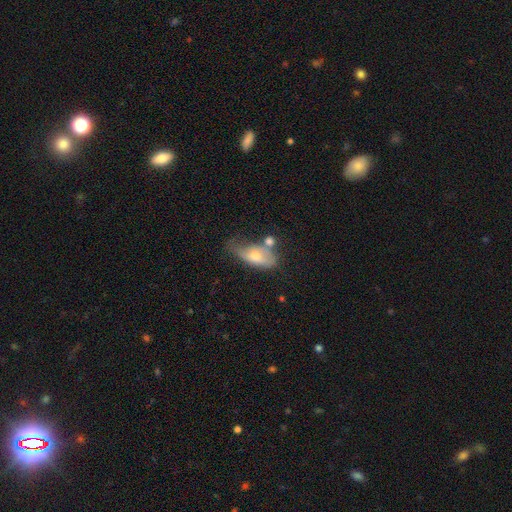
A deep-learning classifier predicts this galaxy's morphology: Q: Smooth or featured?
A: smooth (55%); runner-up: featured or disk (37%)
Q: How rounded?
A: in between (85%); runner-up: cigar-shaped (10%)
Q: Merging?
A: minor disturbance (30%); tied with: none (30%)